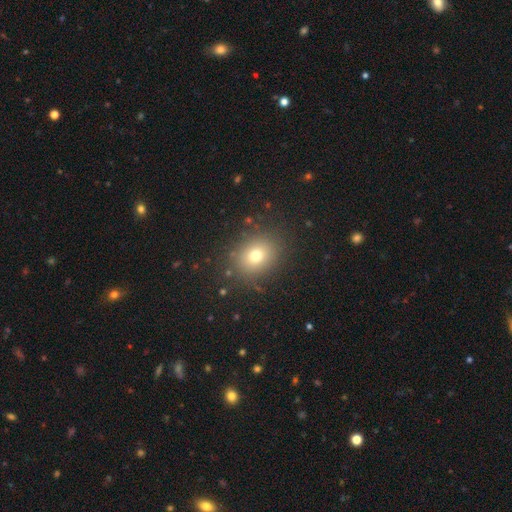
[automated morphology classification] Smooth or featured? smooth (73%)
How rounded? round (60%)
Merging? none (86%)